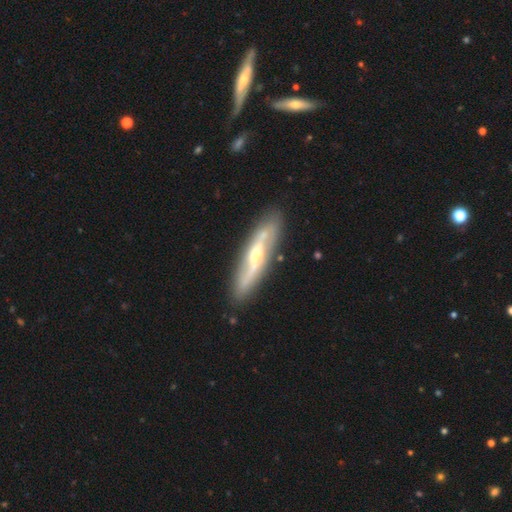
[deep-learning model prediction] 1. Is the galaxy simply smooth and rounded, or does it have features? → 77% featured or disk, 18% smooth, 5% star or artifact.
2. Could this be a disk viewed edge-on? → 62% no, 38% yes.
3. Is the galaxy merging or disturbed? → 82% none, 12% minor disturbance, 3% major disturbance, 3% merger.